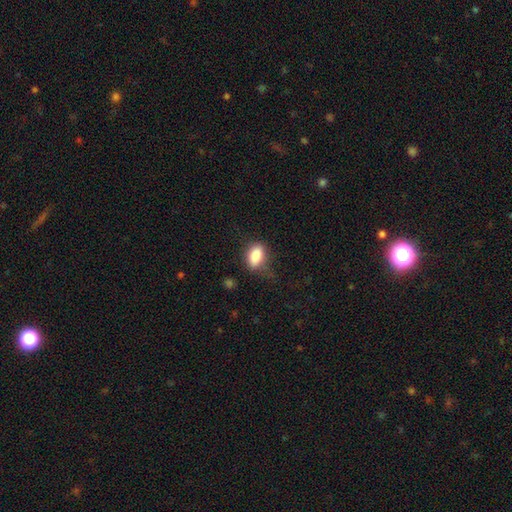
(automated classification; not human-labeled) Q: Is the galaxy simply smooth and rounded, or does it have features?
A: smooth — 86%.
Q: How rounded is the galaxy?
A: in between — 88%.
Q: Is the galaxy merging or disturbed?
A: none — 63%.